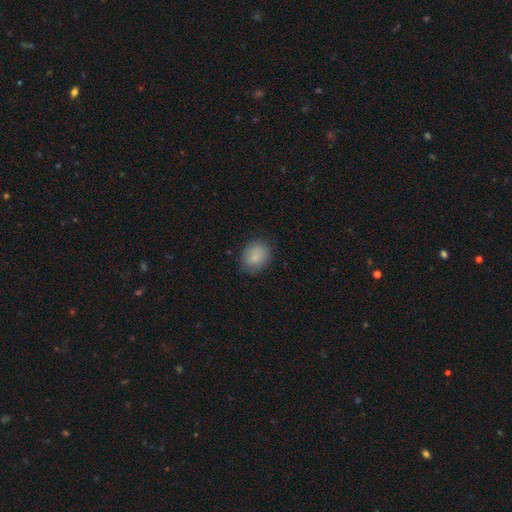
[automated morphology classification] This is clearly a smooth galaxy (84%). How rounded: possibly round (58%). Merging: clearly none (81%).